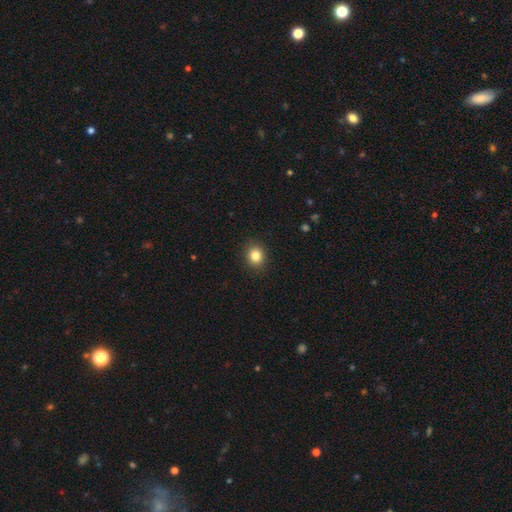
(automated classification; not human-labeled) Q: Smooth or featured?
A: smooth (84%); runner-up: star or artifact (11%)
Q: How rounded?
A: round (73%); runner-up: in between (26%)
Q: Merging?
A: none (91%); runner-up: minor disturbance (6%)